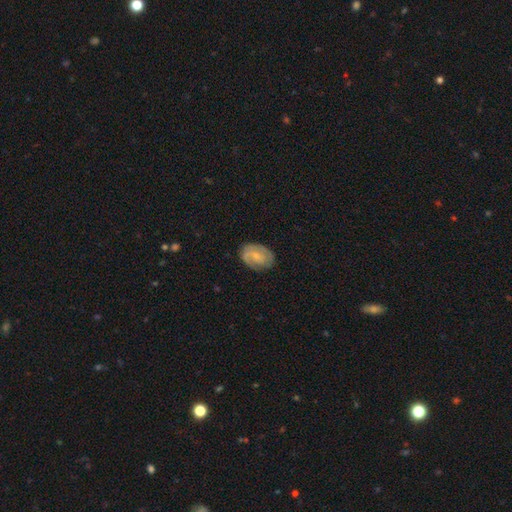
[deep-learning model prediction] Smooth or featured? featured or disk (57%)
Edge-on disk? no (97%)
Bar? no (50%)
Spiral arms? yes (84%)
Bulge size? small (58%)
Merging? none (76%)